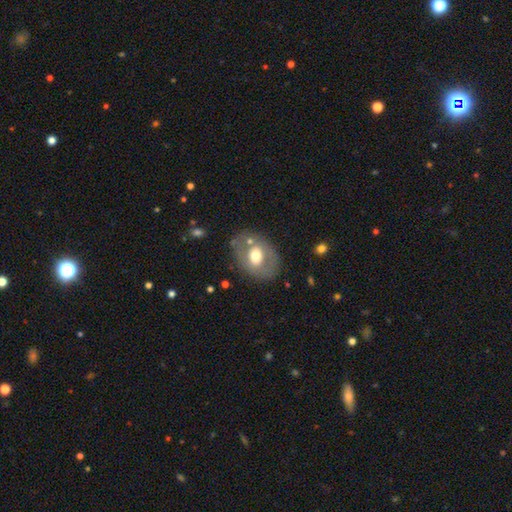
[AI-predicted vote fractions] Smooth or featured? Predicted: smooth (p=0.51). How rounded? Predicted: in between (p=0.67). Merging? Predicted: none (p=0.72).